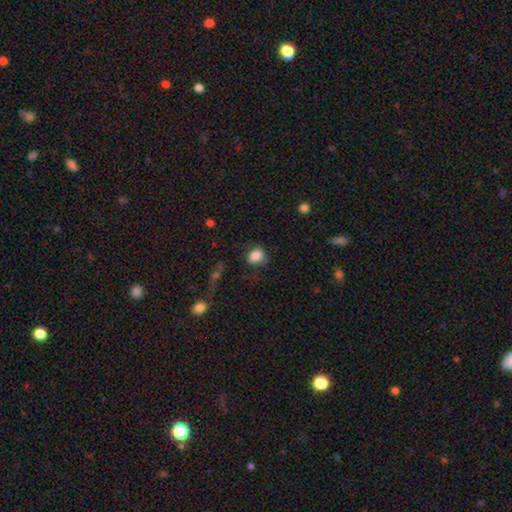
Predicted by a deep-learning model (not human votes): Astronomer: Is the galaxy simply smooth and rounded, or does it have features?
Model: smooth — 86%.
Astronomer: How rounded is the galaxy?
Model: in between — 53% (runner-up: round, 46%).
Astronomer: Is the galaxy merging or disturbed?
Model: none — 70%.